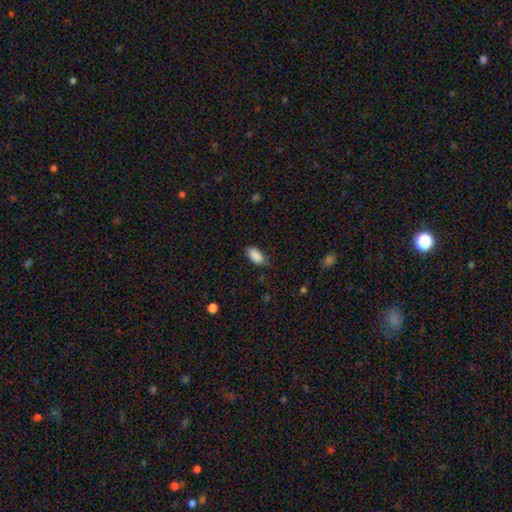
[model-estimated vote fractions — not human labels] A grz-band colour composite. It shows a smooth galaxy with no disk features (89%) that is in between round and cigar-shaped (93%). Merging: none (77%).